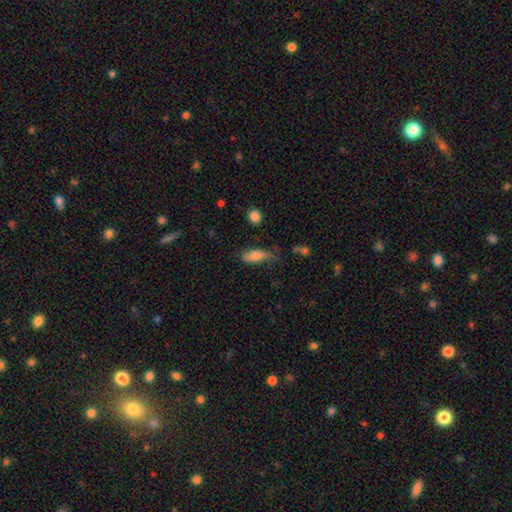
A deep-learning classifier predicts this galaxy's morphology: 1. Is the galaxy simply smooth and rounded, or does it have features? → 79% smooth, 13% featured or disk, 7% star or artifact.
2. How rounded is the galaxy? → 72% in between, 25% cigar-shaped, 3% round.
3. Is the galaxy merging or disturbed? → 56% none, 32% minor disturbance, 10% major disturbance, 3% merger.